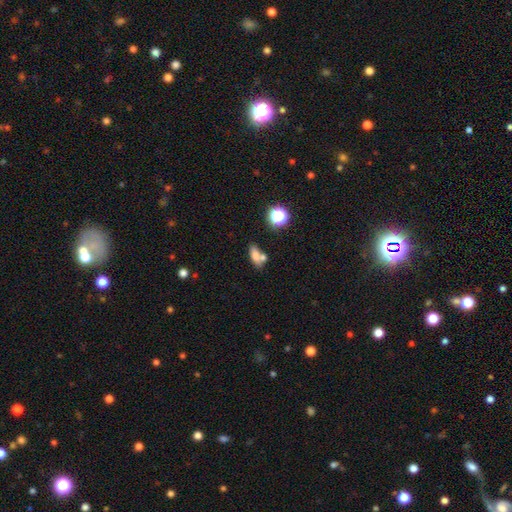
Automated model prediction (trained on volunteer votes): This appears to be a smooth galaxy with no disk features (70%) that is in between round and cigar-shaped (71%). Merging: none (45%).